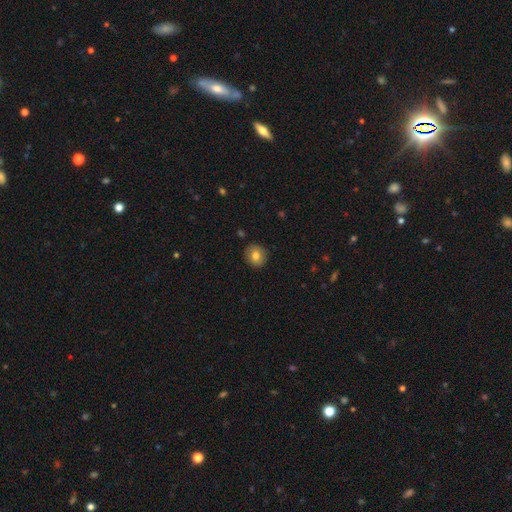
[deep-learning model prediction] Smooth or featured? smooth (78%)
How rounded? round (86%)
Merging? none (90%)